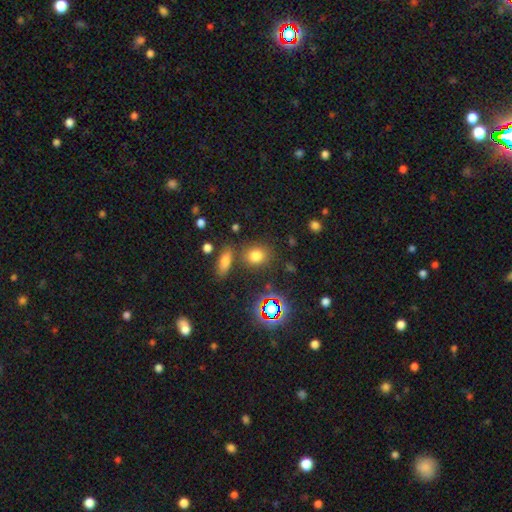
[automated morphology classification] A smooth galaxy with no disk features (72%) that is round (65%). Merging: none (77%).